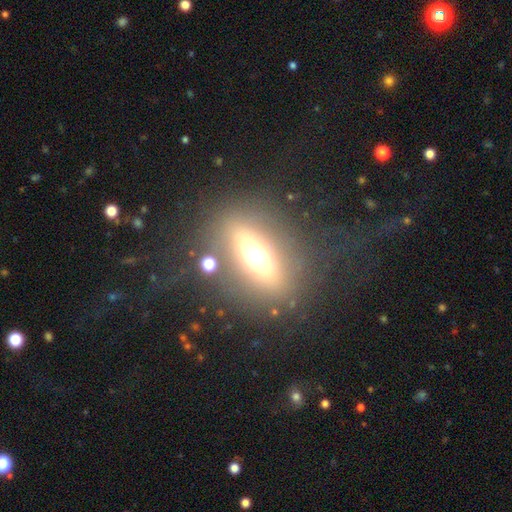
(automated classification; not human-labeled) The model was most divided on "smooth or featured": featured or disk: 43%, smooth: 39%, star or artifact: 18%. More confident: merging — none (74%).